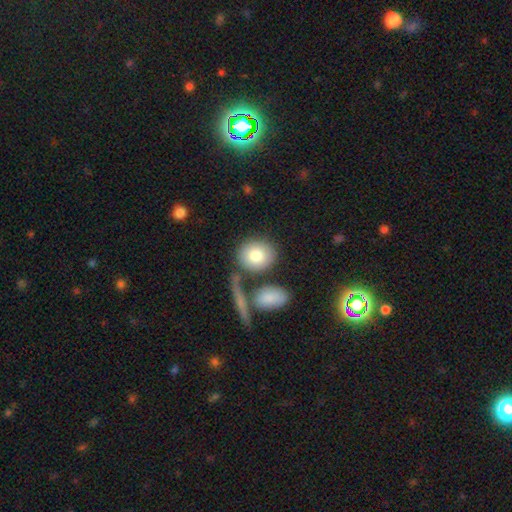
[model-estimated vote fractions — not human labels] smooth-or-featured: smooth: 82% | featured or disk: 12% | star or artifact: 6%
  how-rounded: round: 68% | in between: 30% | cigar-shaped: 2%
  merging: none: 67% | merger: 15% | minor disturbance: 12% | major disturbance: 5%